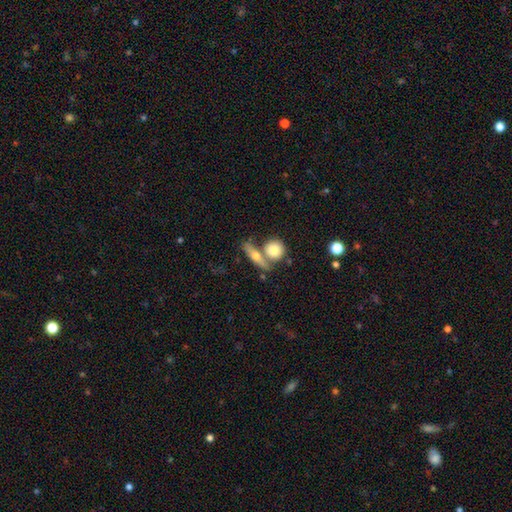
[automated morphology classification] smooth 57%, featured or disk 36%, star or artifact 7%. Down the decision tree: how rounded — cigar-shaped (44%); merging — none (56%).